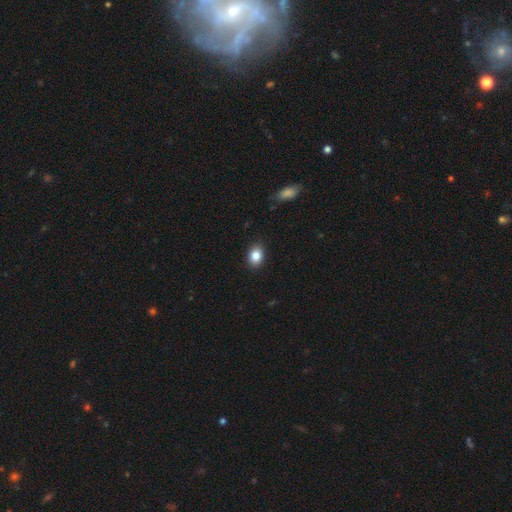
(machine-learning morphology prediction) A smooth galaxy with no disk features (85%) that is in between round and cigar-shaped (67%). Merging: none (88%).